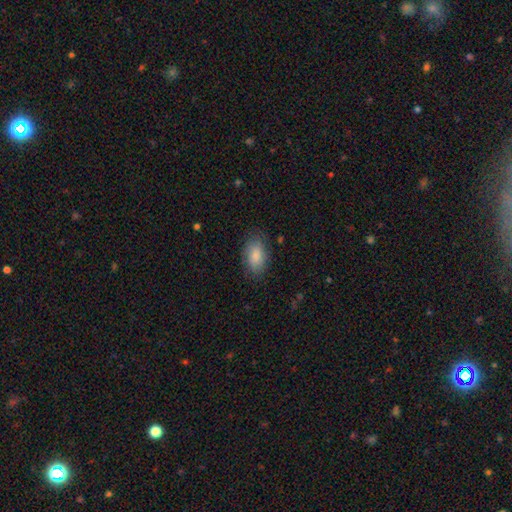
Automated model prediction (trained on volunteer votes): smooth_or_featured: smooth (p=0.84) [alt: featured or disk p=0.09]
how_rounded: in between (p=0.92) [alt: round p=0.06]
merging: none (p=0.79) [alt: minor disturbance p=0.15]